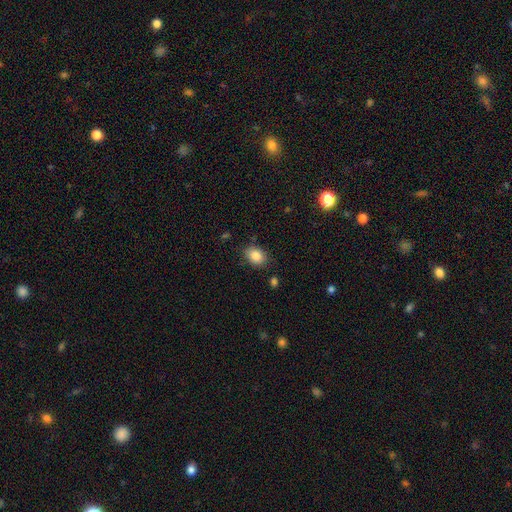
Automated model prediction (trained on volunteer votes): smooth_or_featured: smooth (p=0.85) [alt: star or artifact p=0.09]
how_rounded: in between (p=0.67) [alt: round p=0.32]
merging: none (p=0.81) [alt: minor disturbance p=0.13]